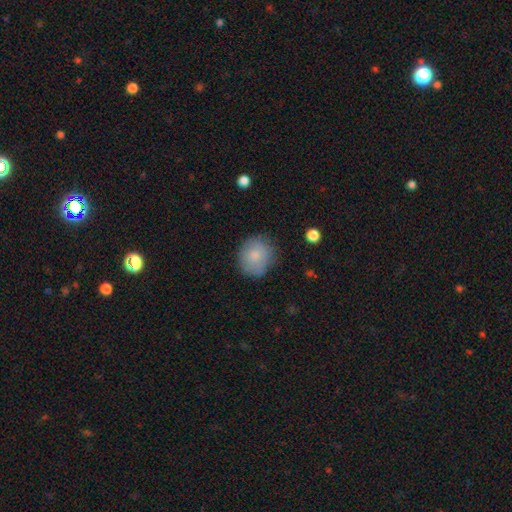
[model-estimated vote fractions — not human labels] smooth_or_featured: smooth (p=0.79) [alt: featured or disk p=0.13]
how_rounded: round (p=0.79) [alt: in between p=0.20]
merging: none (p=0.76) [alt: minor disturbance p=0.18]